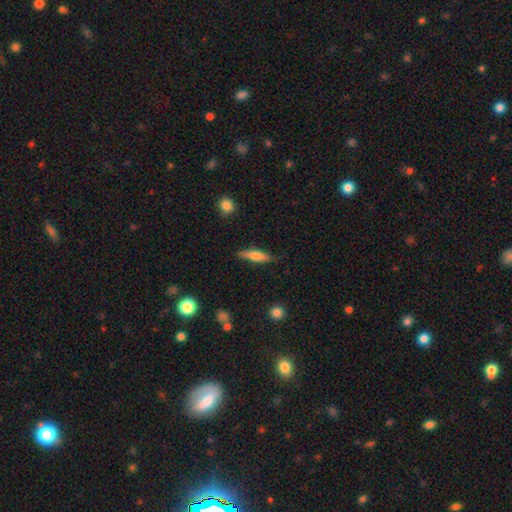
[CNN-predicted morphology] The model was most divided on "smooth or featured": smooth: 59%, featured or disk: 35%, star or artifact: 6%. More confident: merging — none (80%); how rounded — cigar-shaped (69%).